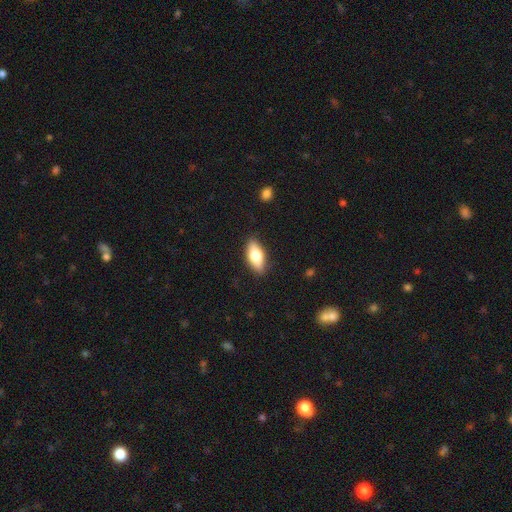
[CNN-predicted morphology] This is likely a smooth galaxy (72%). How rounded: clearly in between (81%). Merging: clearly none (86%).